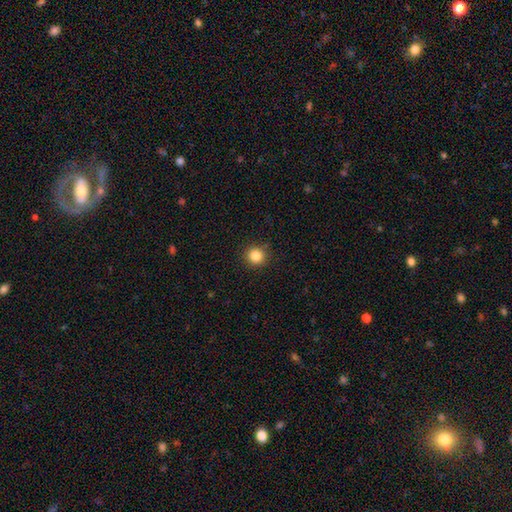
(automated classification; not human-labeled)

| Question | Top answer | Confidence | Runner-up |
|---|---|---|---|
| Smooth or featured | smooth | 85% | star or artifact (11%) |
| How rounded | round | 93% | in between (6%) |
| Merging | none | 91% | minor disturbance (6%) |